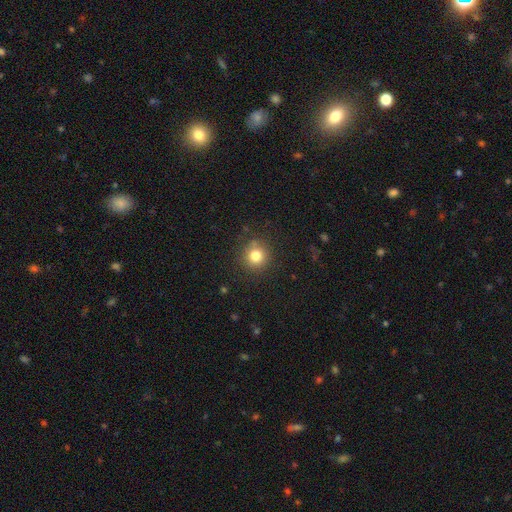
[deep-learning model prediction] A smooth galaxy with no disk features (80%) that is round (93%).

Vote fractions:
- Smooth or featured? smooth: 80% / star or artifact: 13% / featured or disk: 7%
- How rounded? round: 93% / in between: 6% / cigar-shaped: 1%
- Merging? none: 86% / minor disturbance: 9% / major disturbance: 3% / merger: 2%